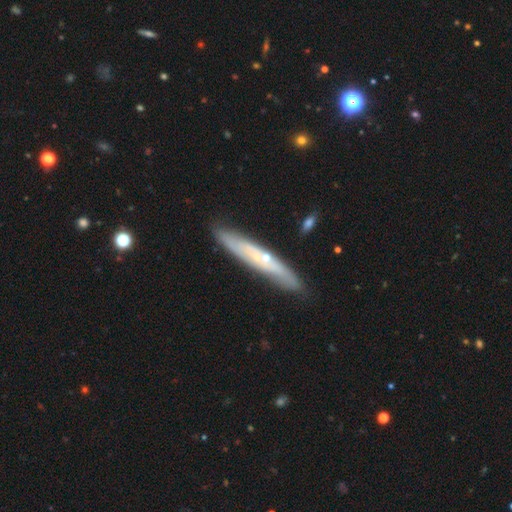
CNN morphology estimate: smooth-or-featured: featured or disk: 62% | smooth: 31% | star or artifact: 7%
  disk-edge-on: yes: 69% | no: 31%
  merging: none: 81% | minor disturbance: 12% | merger: 4% | major disturbance: 3%